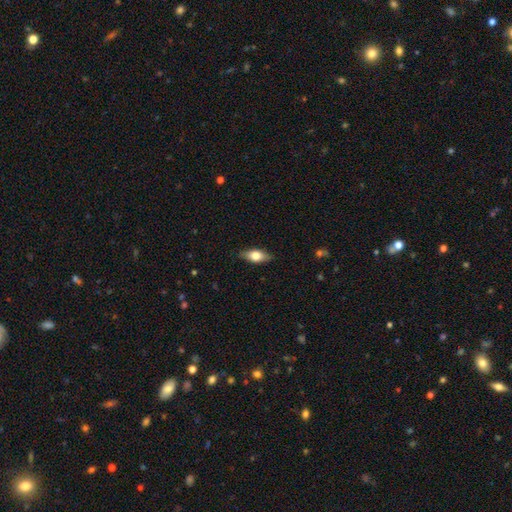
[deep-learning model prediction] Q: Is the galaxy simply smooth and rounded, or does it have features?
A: smooth — 69%.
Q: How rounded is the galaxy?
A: in between — 81%.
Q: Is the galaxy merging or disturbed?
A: none — 85%.